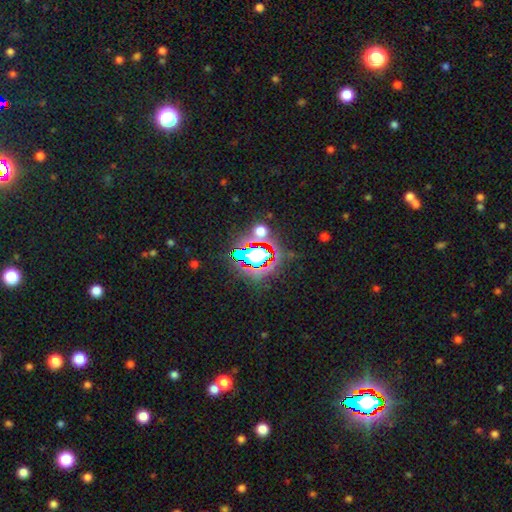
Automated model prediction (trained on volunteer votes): Morphology: type=star or artifact (66%).